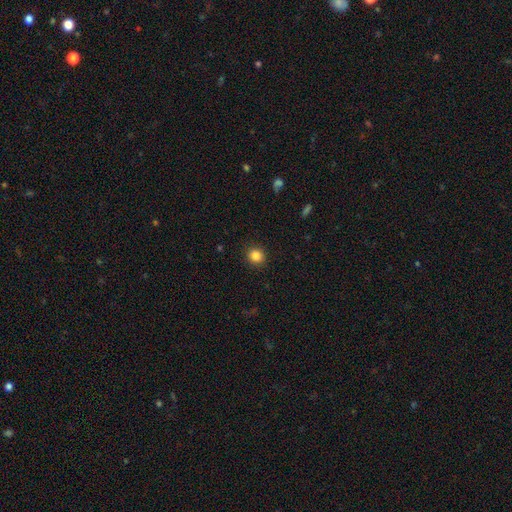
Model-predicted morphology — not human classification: smooth_or_featured: smooth (p=0.86) [alt: star or artifact p=0.11]
how_rounded: round (p=0.88) [alt: in between p=0.11]
merging: none (p=0.91) [alt: minor disturbance p=0.06]